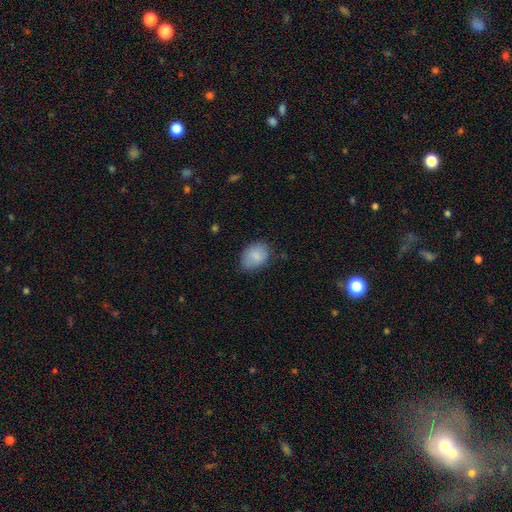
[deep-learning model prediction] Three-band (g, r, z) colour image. It shows a smooth galaxy with no disk features (85%) that is in between round and cigar-shaped (72%). Merging: none (66%).